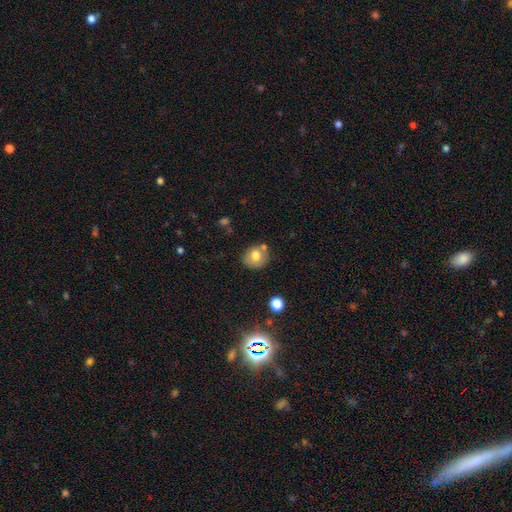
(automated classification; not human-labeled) Smooth or featured?
  - smooth: 74% *
  - featured or disk: 16%
  - star or artifact: 10%
How rounded?
  - round: 75% *
  - in between: 24%
  - cigar-shaped: 1%
Merging?
  - none: 67% *
  - minor disturbance: 15%
  - merger: 14%
  - major disturbance: 4%